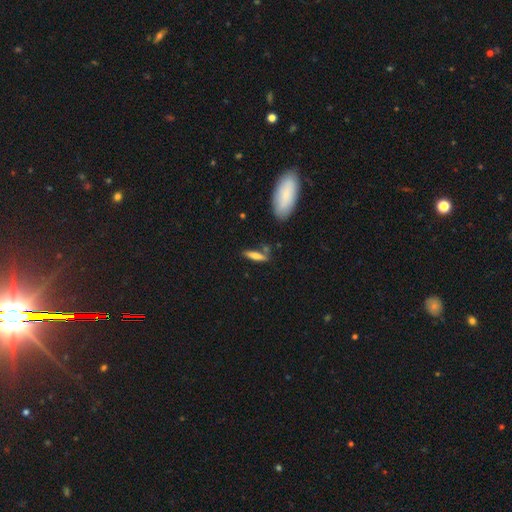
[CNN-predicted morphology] This appears to be a smooth galaxy with no disk features (65%) that is cigar-shaped (75%). Merging: none (75%).